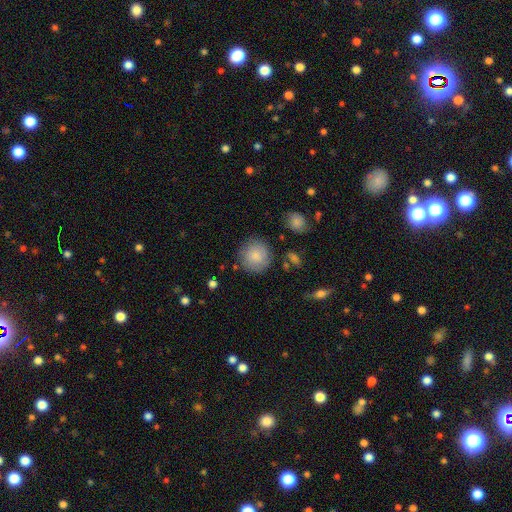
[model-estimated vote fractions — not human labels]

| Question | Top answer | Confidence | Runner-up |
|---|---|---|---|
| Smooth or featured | smooth | 83% | featured or disk (10%) |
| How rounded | round | 93% | in between (6%) |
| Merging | none | 83% | minor disturbance (11%) |